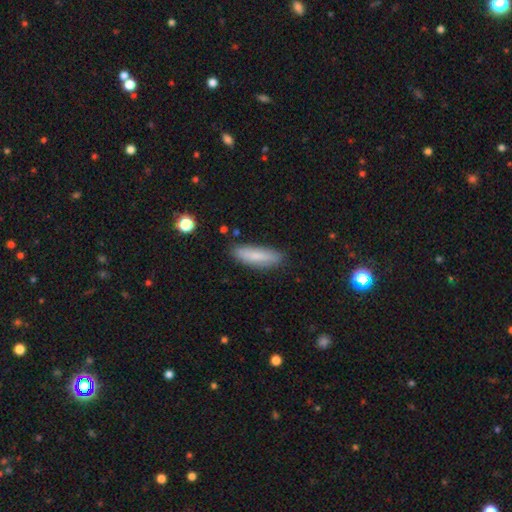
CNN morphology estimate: This appears to be a smooth galaxy with no disk features (78%) that is cigar-shaped (63%). Merging: none (85%).